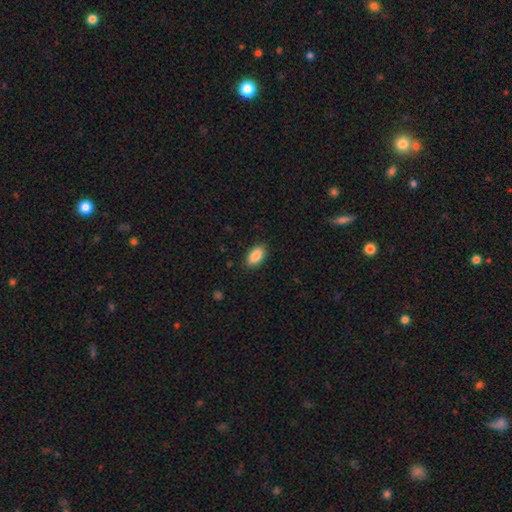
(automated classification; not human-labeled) Morphology: type=smooth (89%); roundness=in between (93%); merging=none (88%).